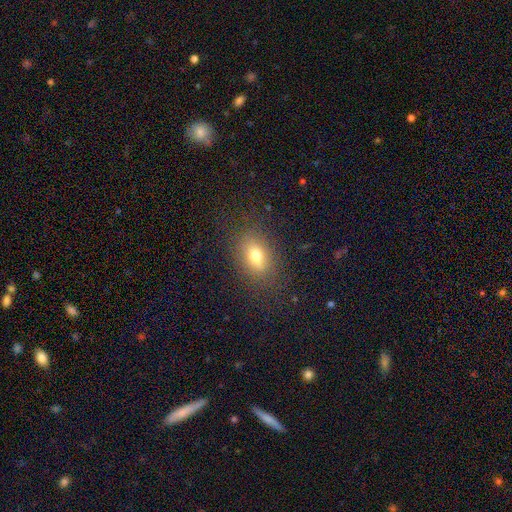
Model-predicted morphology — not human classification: Smooth or featured? Predicted: smooth (p=0.65). How rounded? Predicted: in between (p=0.73). Merging? Predicted: none (p=0.80).